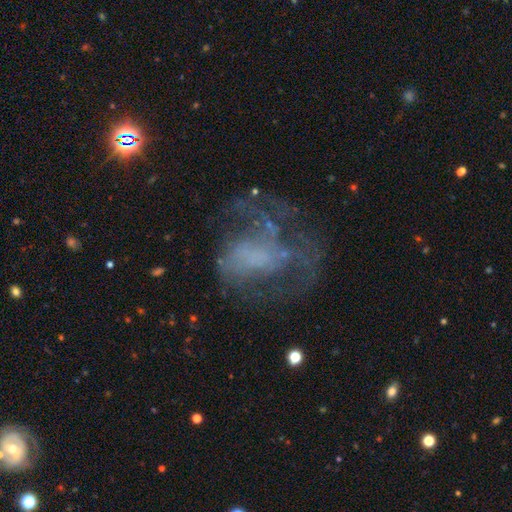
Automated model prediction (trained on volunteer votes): Smooth or featured? featured or disk (64%)
Edge-on disk? no (97%)
Bar? no (77%)
Spiral arms? no (53%)
Bulge size? none (64%)
Merging? none (41%)